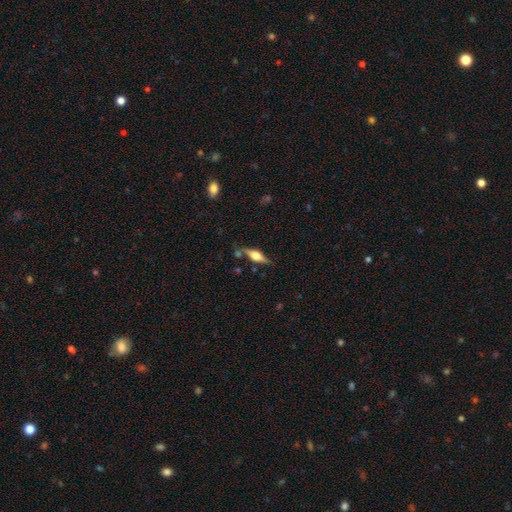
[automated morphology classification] A featured or disk galaxy (58%) viewed edge-on (94%) with a rounded central bulge (87%). Merging: none (74%).